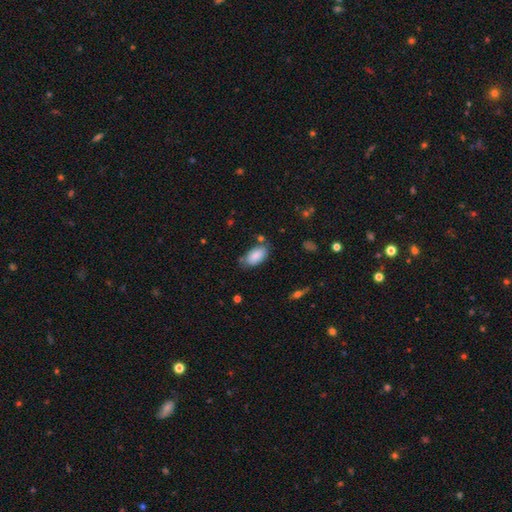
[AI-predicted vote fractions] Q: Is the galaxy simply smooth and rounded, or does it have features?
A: smooth — 86%.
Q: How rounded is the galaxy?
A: in between — 94%.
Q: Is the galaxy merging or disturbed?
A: none — 72%.